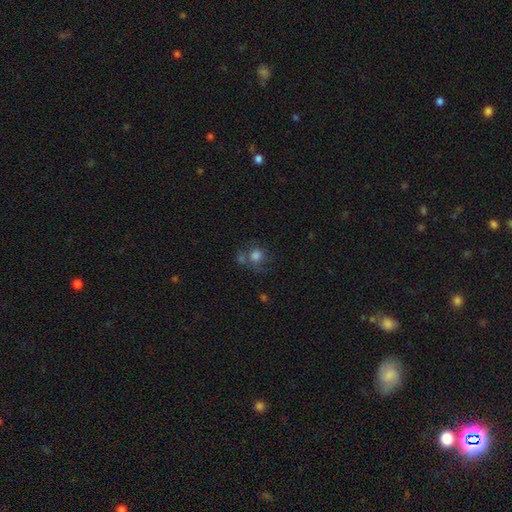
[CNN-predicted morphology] This appears to be a smooth galaxy with no disk features (73%) that is round (83%). Merging: none (45%).